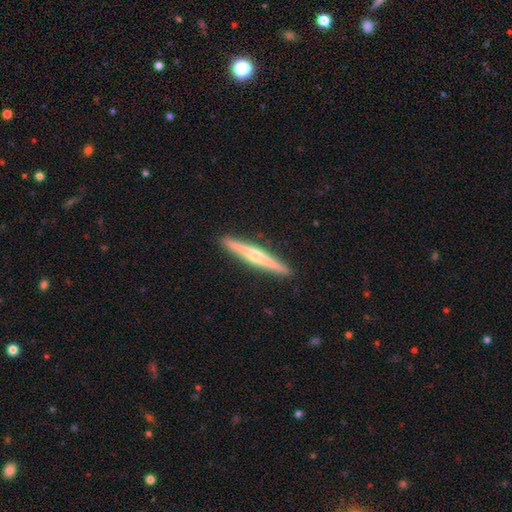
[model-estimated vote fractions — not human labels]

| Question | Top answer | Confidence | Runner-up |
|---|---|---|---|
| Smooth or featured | featured or disk | 68% | smooth (27%) |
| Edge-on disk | yes | 98% | no (2%) |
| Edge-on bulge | rounded | 83% | none (14%) |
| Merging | none | 92% | minor disturbance (6%) |